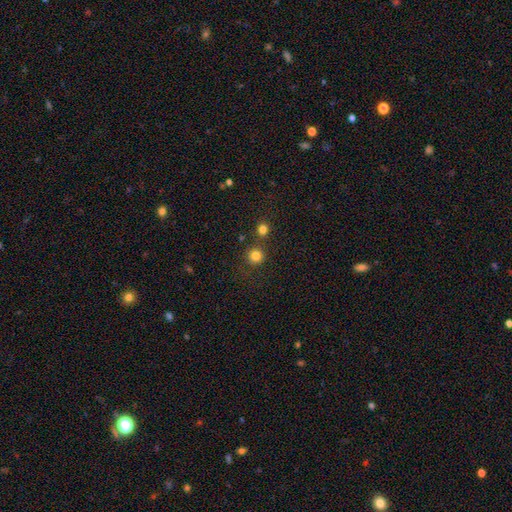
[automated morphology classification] Q: Smooth or featured?
A: smooth (81%); runner-up: star or artifact (14%)
Q: How rounded?
A: round (93%); runner-up: in between (6%)
Q: Merging?
A: none (78%); runner-up: merger (11%)